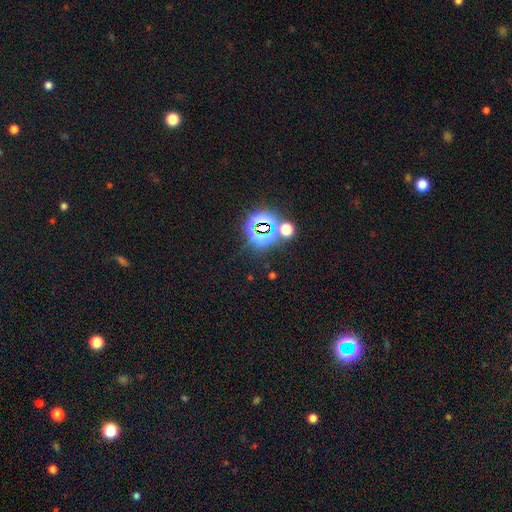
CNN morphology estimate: A star or artifact, not a galaxy (75%).